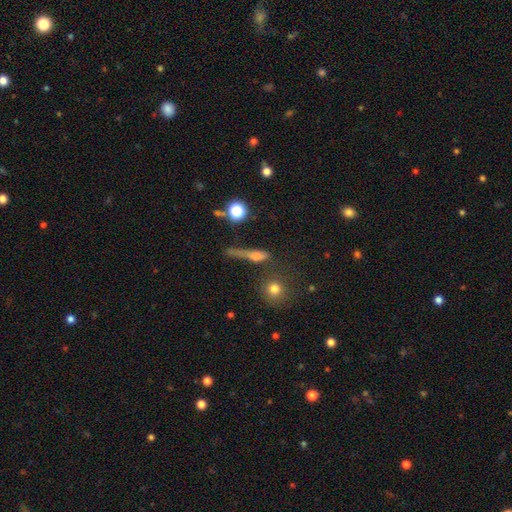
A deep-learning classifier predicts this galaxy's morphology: type=smooth (53%); roundness=cigar-shaped (67%); merging=none (49%).